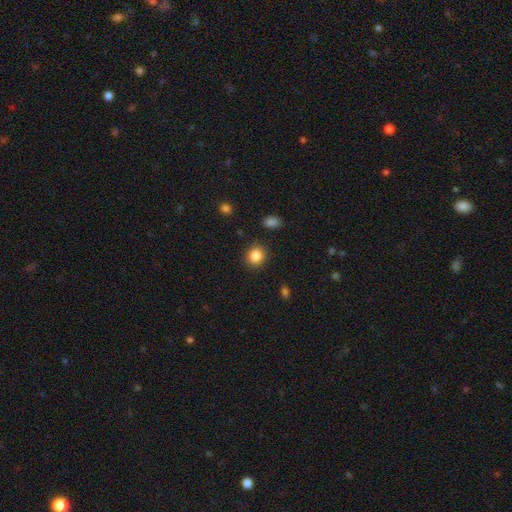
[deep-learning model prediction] Smooth or featured?
  - smooth: 85% *
  - star or artifact: 10%
  - featured or disk: 5%
How rounded?
  - round: 81% *
  - in between: 18%
  - cigar-shaped: 1%
Merging?
  - none: 90% *
  - minor disturbance: 6%
  - major disturbance: 2%
  - merger: 2%